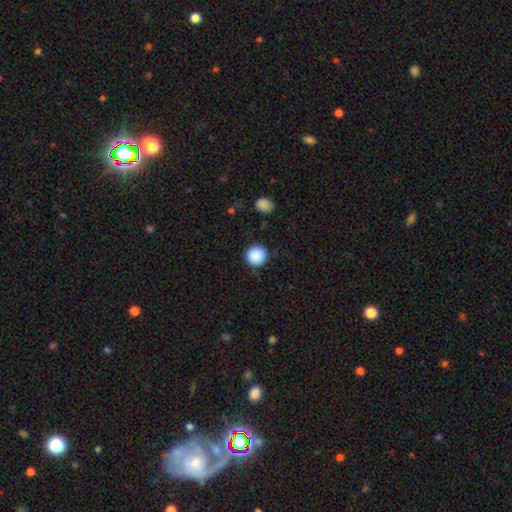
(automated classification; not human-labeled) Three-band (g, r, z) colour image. It shows a smooth galaxy with no disk features (89%) that is round (95%). Merging: none (90%).